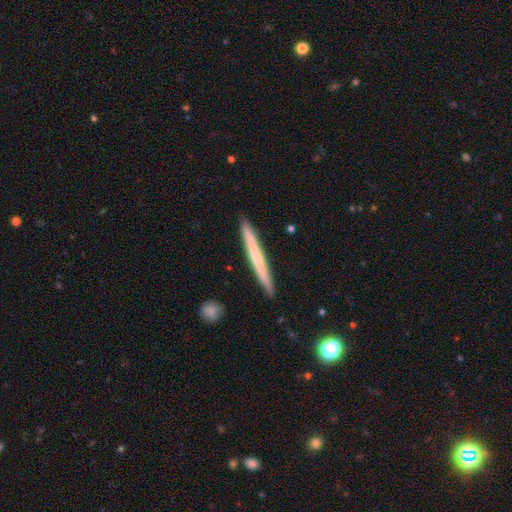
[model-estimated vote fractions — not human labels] Morphology: type=smooth (51%); roundness=cigar-shaped (97%); merging=none (92%).